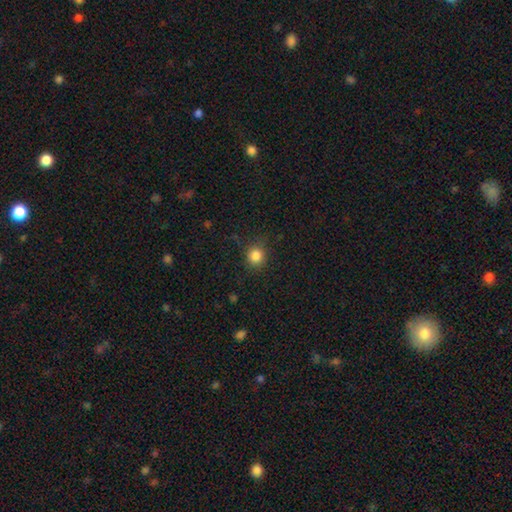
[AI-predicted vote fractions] This is clearly a smooth galaxy (84%). How rounded: clearly round (87%). Merging: clearly none (84%).